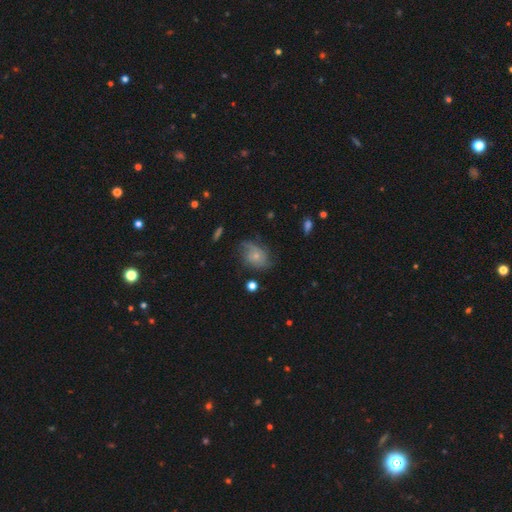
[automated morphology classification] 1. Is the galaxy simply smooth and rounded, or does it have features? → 49% featured or disk, 42% smooth, 9% star or artifact.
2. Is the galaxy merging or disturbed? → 53% none, 29% minor disturbance, 16% major disturbance, 2% merger.